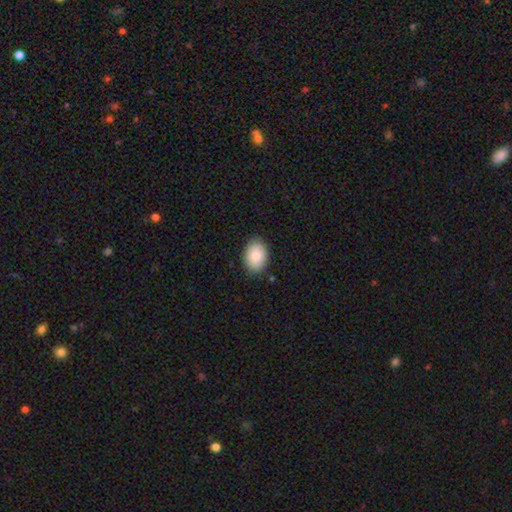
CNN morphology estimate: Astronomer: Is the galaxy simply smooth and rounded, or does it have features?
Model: smooth — 86%.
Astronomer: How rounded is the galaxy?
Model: in between — 81%.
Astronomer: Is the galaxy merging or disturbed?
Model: none — 86%.